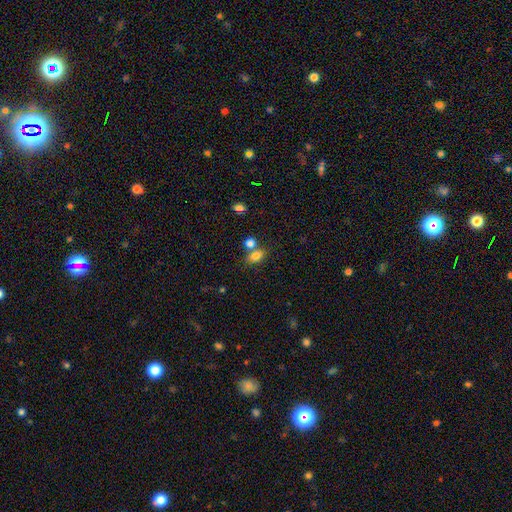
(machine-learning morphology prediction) Smooth or featured? Predicted: smooth (p=0.80). How rounded? Predicted: in between (p=0.77). Merging? Predicted: none (p=0.52).